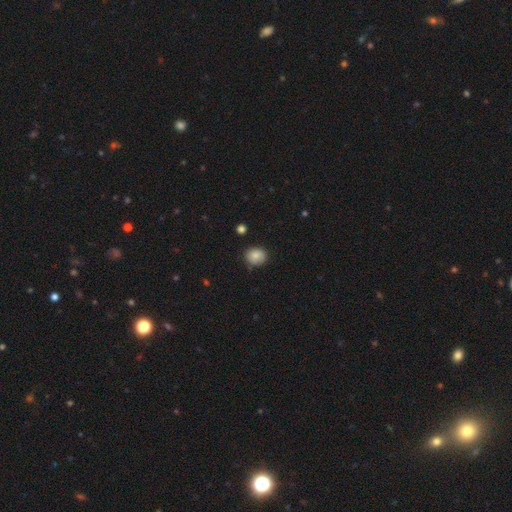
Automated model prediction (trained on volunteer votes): The model was most divided on "how rounded": round: 73%, in between: 26%, cigar-shaped: 1%. More confident: smooth or featured — smooth (85%); merging — none (81%).